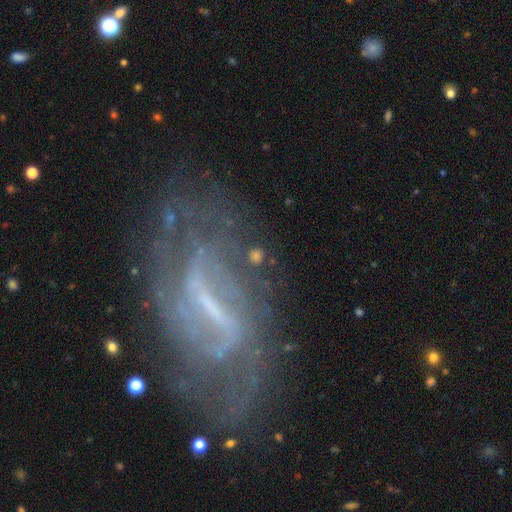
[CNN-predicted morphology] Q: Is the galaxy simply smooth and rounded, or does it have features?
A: smooth — 51%.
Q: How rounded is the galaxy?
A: round — 79%.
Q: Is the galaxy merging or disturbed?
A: none — 79%.